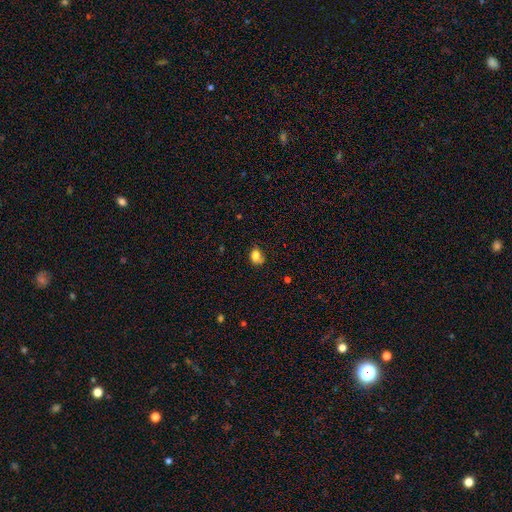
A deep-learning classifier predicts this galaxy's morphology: smooth-or-featured: smooth: 78% | featured or disk: 11% | star or artifact: 11%
  how-rounded: in between: 61% | round: 38% | cigar-shaped: 1%
  merging: none: 52% | minor disturbance: 31% | major disturbance: 12% | merger: 5%